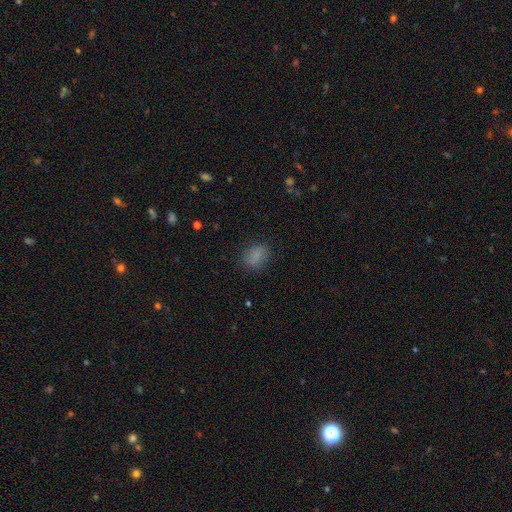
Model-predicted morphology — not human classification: Overall: smooth (83%). How rounded: in between (70%). Merging: none (82%).